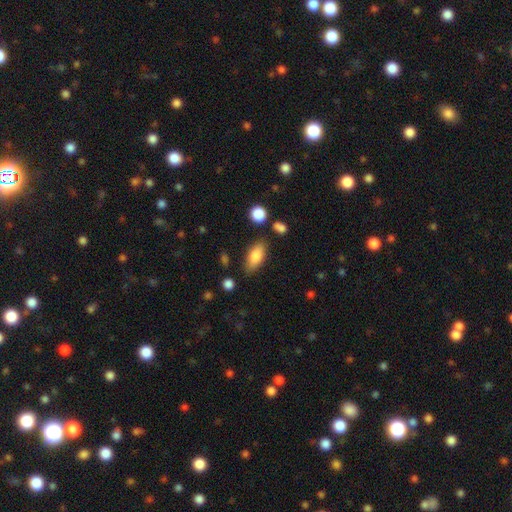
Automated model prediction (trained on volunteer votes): smooth 81%, featured or disk 12%, star or artifact 7%. Down the decision tree: how rounded — in between (86%); merging — none (79%).